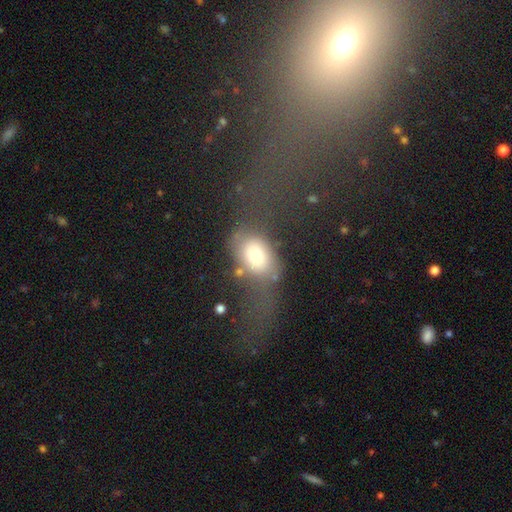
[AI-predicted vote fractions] A smooth galaxy with no disk features (65%) that is in between round and cigar-shaped (81%).

Vote fractions:
- Smooth or featured? smooth: 65% / featured or disk: 25% / star or artifact: 10%
- How rounded? in between: 81% / round: 16% / cigar-shaped: 2%
- Merging? major disturbance: 40% / none: 30% / minor disturbance: 18% / merger: 12%